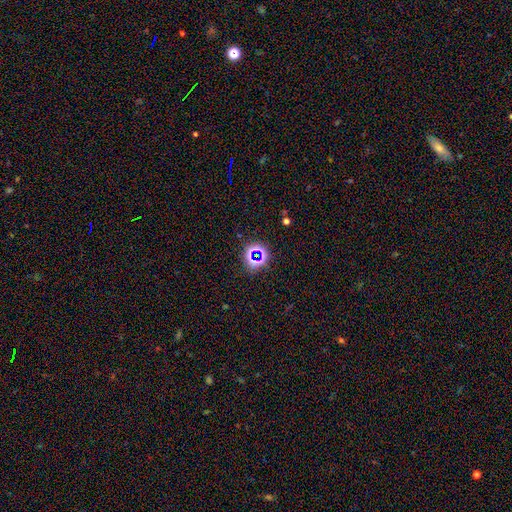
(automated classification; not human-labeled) smooth-or-featured: star or artifact: 68% | smooth: 23% | featured or disk: 9%